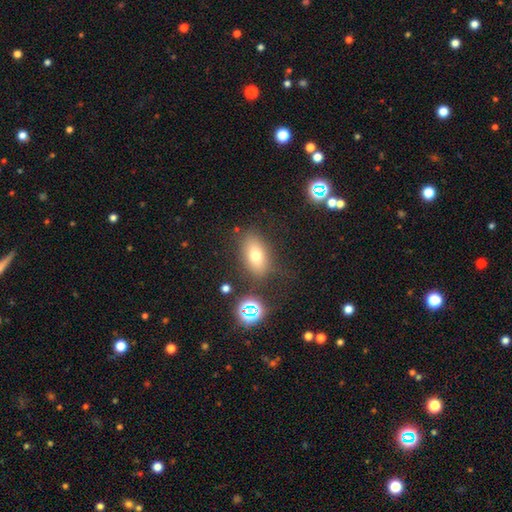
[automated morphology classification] Smooth or featured?
  - smooth: 68% *
  - featured or disk: 17%
  - star or artifact: 16%
How rounded?
  - in between: 82% *
  - round: 13%
  - cigar-shaped: 5%
Merging?
  - none: 77% *
  - minor disturbance: 13%
  - major disturbance: 6%
  - merger: 4%